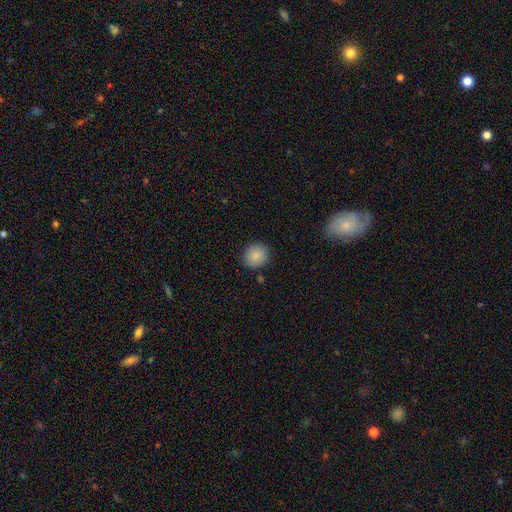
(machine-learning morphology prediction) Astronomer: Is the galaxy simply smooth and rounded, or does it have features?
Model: smooth — 86%.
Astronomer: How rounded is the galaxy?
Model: round — 84%.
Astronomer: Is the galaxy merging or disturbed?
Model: none — 89%.